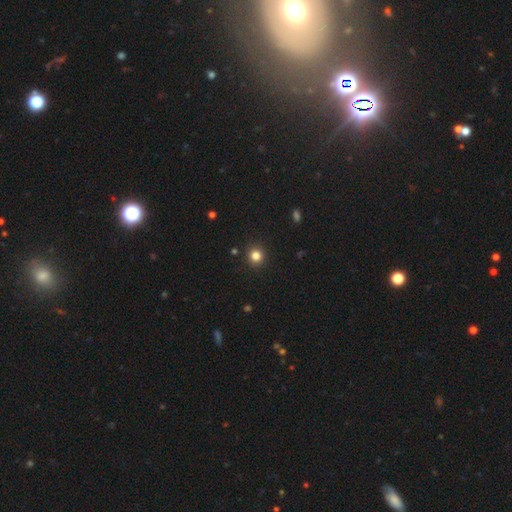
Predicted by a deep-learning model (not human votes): Overall: smooth (82%). How rounded: round (92%). Merging: none (92%).